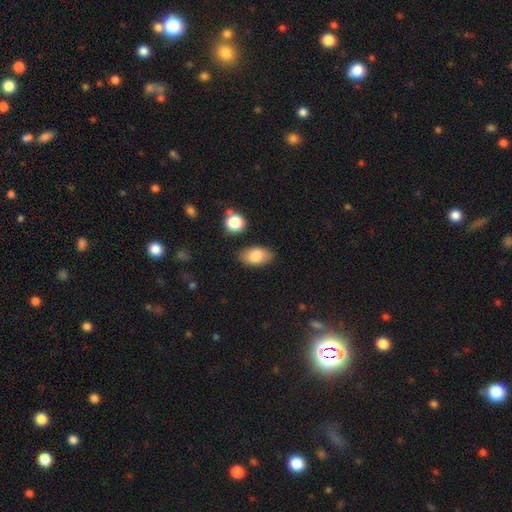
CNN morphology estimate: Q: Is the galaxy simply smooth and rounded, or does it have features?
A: smooth — 84%.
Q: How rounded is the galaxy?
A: in between — 92%.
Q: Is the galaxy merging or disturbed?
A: none — 82%.